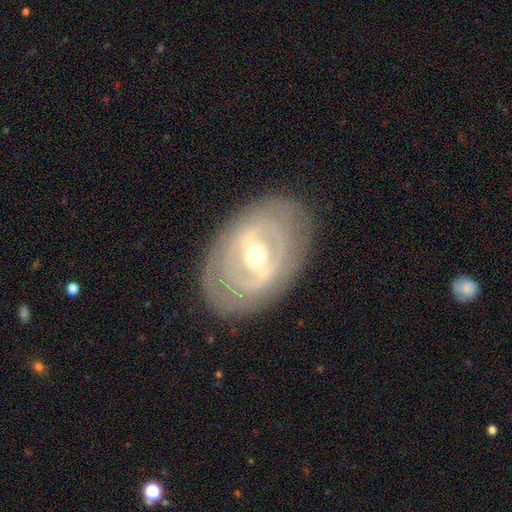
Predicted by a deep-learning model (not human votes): This is likely a featured or disk galaxy (80%). It is clearly not viewed edge-on (92%). Bar: possibly strong (46%). Spiral arm pattern: possibly yes (54%). Central bulge: likely moderate (65%). Merging: clearly none (81%).